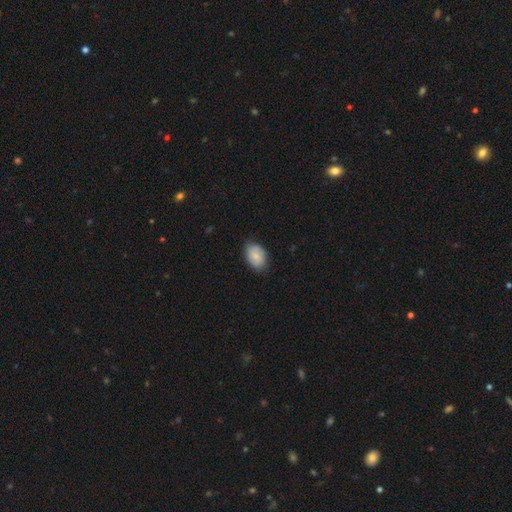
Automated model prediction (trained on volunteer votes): Smooth or featured: smooth — 81% (featured or disk — 13%)
How rounded: in between — 84% (round — 15%)
Merging: none — 79% (minor disturbance — 17%)